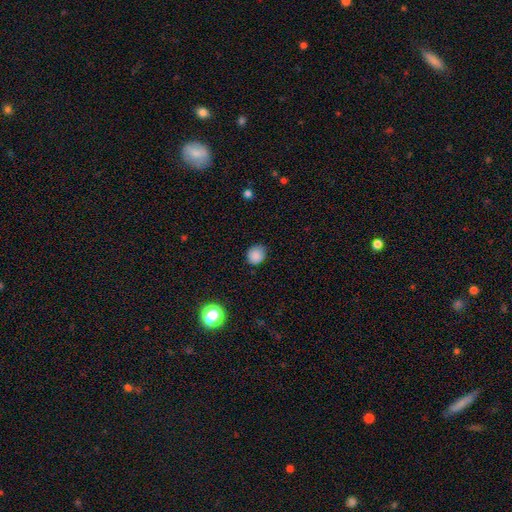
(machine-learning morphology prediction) smooth-or-featured: smooth: 85% | star or artifact: 11% | featured or disk: 4%
  how-rounded: round: 82% | in between: 17% | cigar-shaped: 1%
  merging: none: 79% | minor disturbance: 17% | major disturbance: 3% | merger: 1%